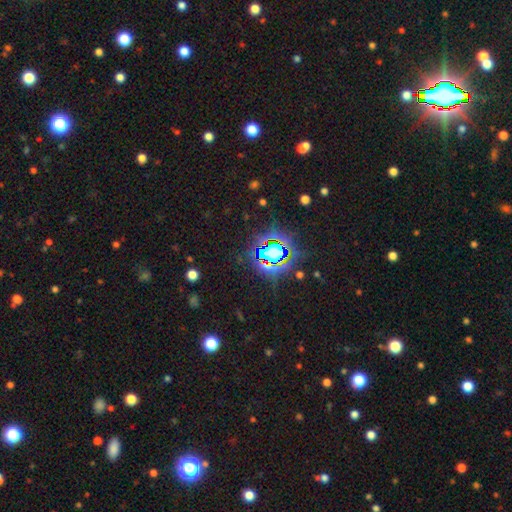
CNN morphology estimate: A star or artifact, not a galaxy (82%).

Vote fractions:
- Smooth or featured? star or artifact: 82% / smooth: 11% / featured or disk: 7%